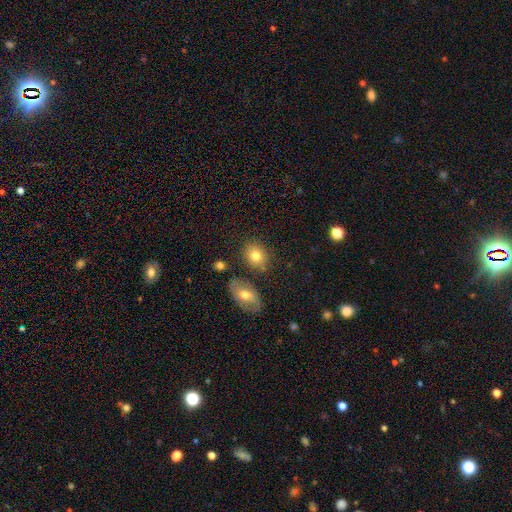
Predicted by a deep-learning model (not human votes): Smooth or featured? smooth (78%)
How rounded? in between (54%)
Merging? none (74%)